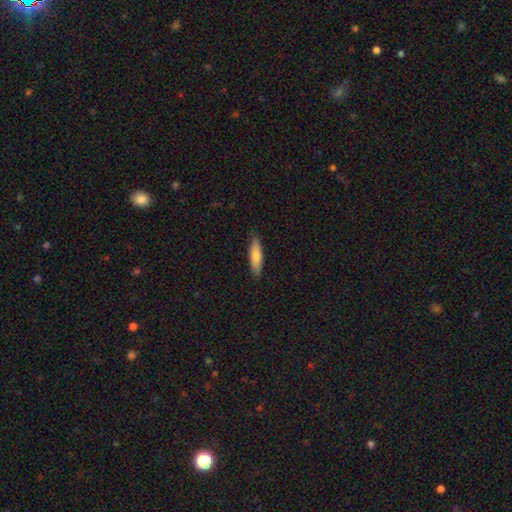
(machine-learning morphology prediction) Q: Smooth or featured?
A: smooth (68%); runner-up: featured or disk (26%)
Q: How rounded?
A: cigar-shaped (73%); runner-up: in between (26%)
Q: Merging?
A: none (88%); runner-up: minor disturbance (10%)